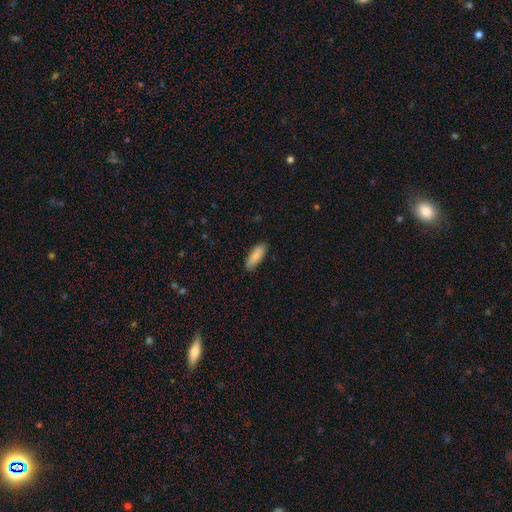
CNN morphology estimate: Smooth or featured: smooth — 88% (featured or disk — 6%)
How rounded: in between — 67% (cigar-shaped — 31%)
Merging: none — 86% (minor disturbance — 11%)